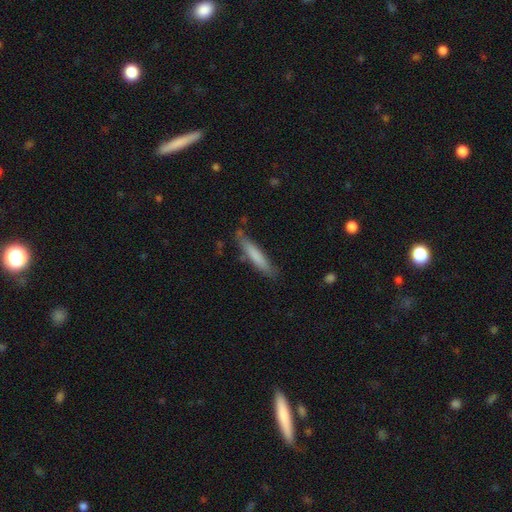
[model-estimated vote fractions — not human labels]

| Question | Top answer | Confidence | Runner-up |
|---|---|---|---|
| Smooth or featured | smooth | 74% | featured or disk (20%) |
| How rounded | cigar-shaped | 91% | in between (8%) |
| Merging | none | 77% | minor disturbance (17%) |